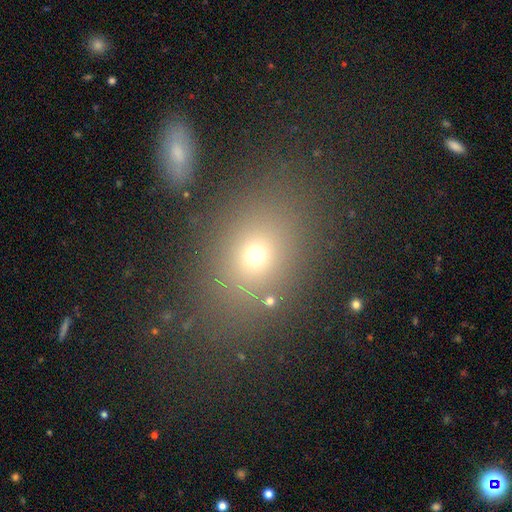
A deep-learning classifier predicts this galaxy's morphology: Smooth or featured: smooth — 67% (star or artifact — 20%)
How rounded: in between — 60% (round — 38%)
Merging: none — 78% (minor disturbance — 11%)